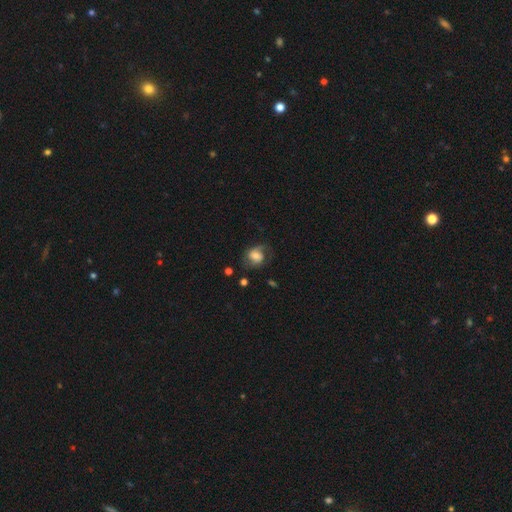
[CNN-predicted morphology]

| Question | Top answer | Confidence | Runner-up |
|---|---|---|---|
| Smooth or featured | featured or disk | 48% | smooth (43%) |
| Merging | none | 56% | minor disturbance (24%) |